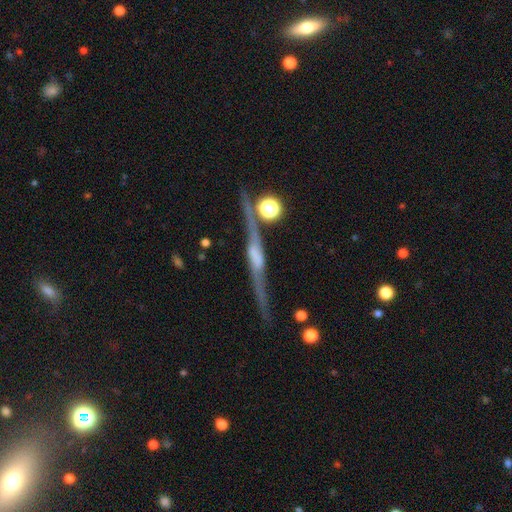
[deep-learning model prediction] A featured or disk galaxy (83%) viewed edge-on (96%) with a rounded central bulge (59%).

Vote fractions:
- Smooth or featured? featured or disk: 83% / smooth: 11% / star or artifact: 7%
- Edge-on disk? yes: 96% / no: 4%
- Edge-on bulge? rounded: 59% / boxy: 30% / none: 11%
- Merging? none: 81% / minor disturbance: 12% / merger: 4% / major disturbance: 3%